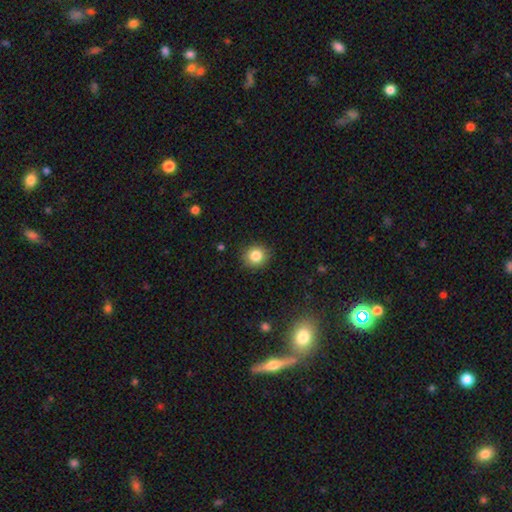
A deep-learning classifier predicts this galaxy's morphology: This appears to be a smooth galaxy with no disk features (84%) that is round (85%). Merging: none (90%).